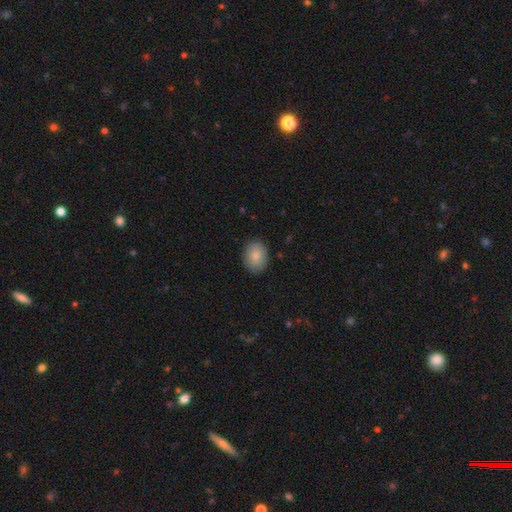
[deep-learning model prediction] Smooth or featured: smooth — 85% (featured or disk — 8%)
How rounded: in between — 64% (round — 35%)
Merging: none — 87% (minor disturbance — 10%)